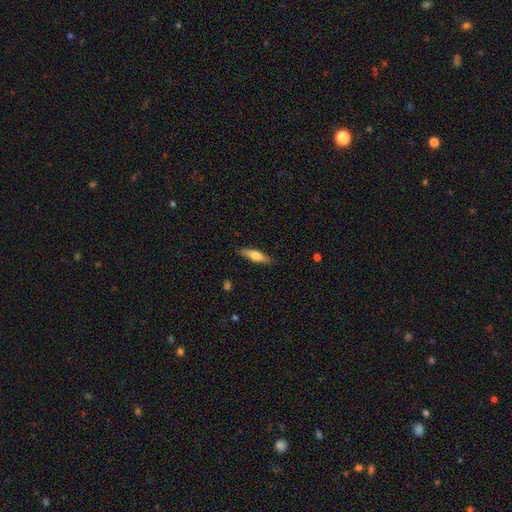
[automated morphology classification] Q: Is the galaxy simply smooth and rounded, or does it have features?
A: smooth — 64%.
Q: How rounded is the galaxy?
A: cigar-shaped — 59%.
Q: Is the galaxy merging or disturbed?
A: none — 87%.